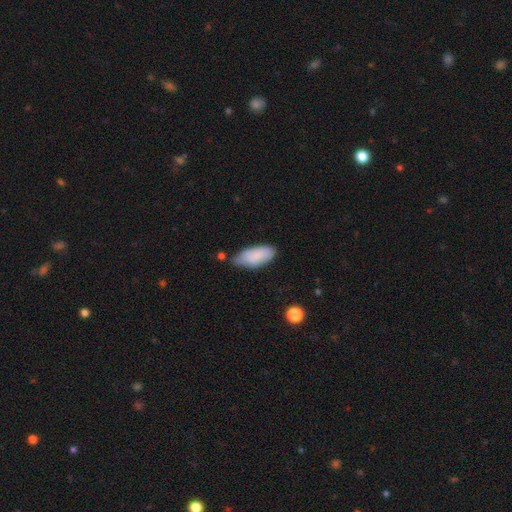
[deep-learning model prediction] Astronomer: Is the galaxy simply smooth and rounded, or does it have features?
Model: smooth — 83%.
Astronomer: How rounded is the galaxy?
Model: in between — 87%.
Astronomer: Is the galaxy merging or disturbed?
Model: none — 50% (runner-up: minor disturbance, 38%).